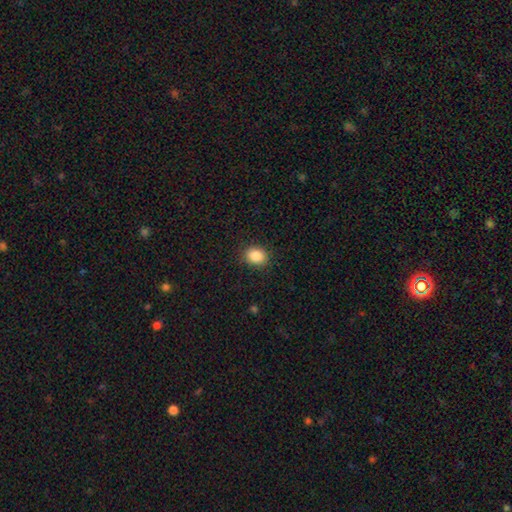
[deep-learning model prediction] smooth 87%, star or artifact 9%, featured or disk 4%. Down the decision tree: how rounded — round (54%); merging — none (88%).